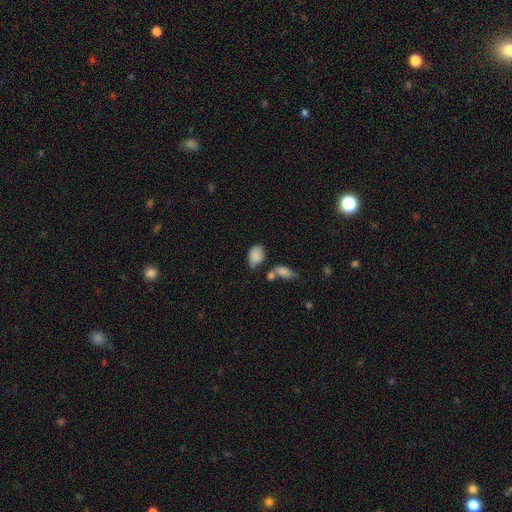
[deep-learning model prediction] A smooth galaxy with no disk features (86%) that is in between round and cigar-shaped (84%).

Vote fractions:
- Smooth or featured? smooth: 86% / star or artifact: 8% / featured or disk: 6%
- How rounded? in between: 84% / round: 14% / cigar-shaped: 2%
- Merging? none: 49% / minor disturbance: 24% / merger: 19% / major disturbance: 9%